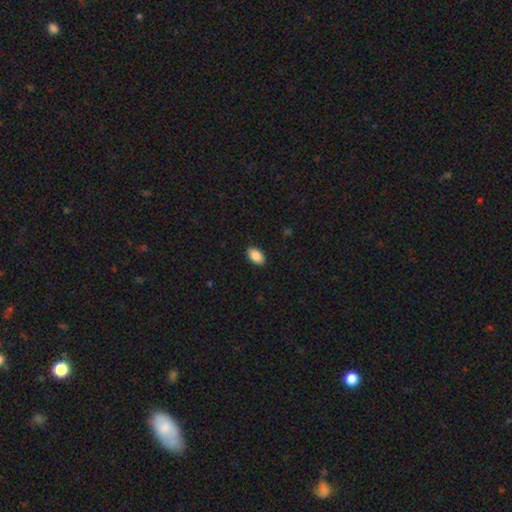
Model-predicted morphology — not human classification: Smooth or featured? smooth (89%)
How rounded? in between (94%)
Merging? none (90%)